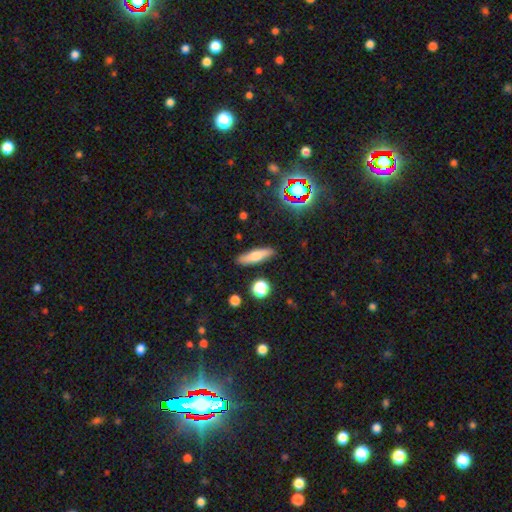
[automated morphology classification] type=smooth (64%); roundness=cigar-shaped (66%); merging=none (87%).